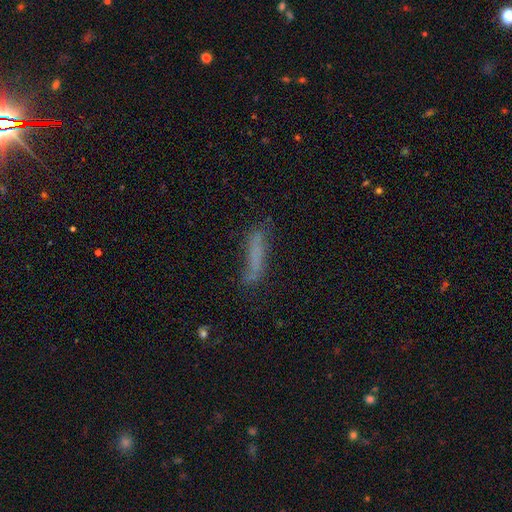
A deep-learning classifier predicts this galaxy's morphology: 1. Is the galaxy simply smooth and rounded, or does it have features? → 63% smooth, 25% featured or disk, 13% star or artifact.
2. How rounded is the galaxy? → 83% cigar-shaped, 16% in between, 2% round.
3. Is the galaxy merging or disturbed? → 60% none, 24% minor disturbance, 12% major disturbance, 4% merger.